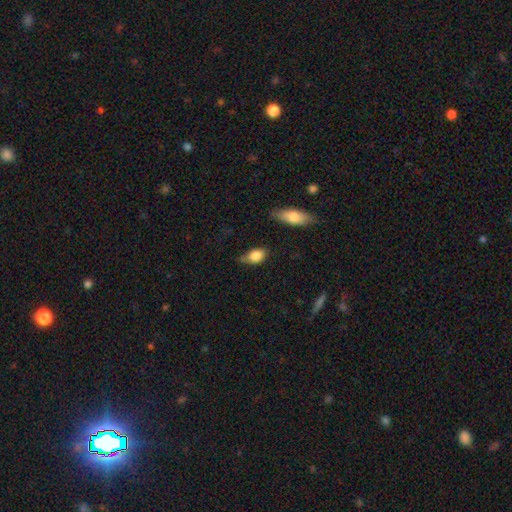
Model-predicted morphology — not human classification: Overall: smooth (83%). How rounded: in between (85%). Merging: none (54%; minor disturbance 35%).